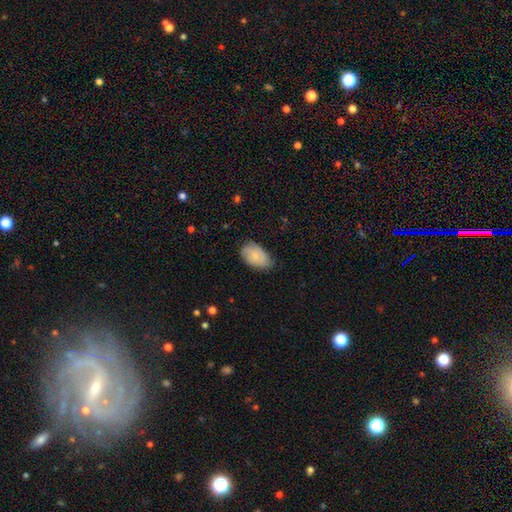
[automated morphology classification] smooth 66%, featured or disk 27%, star or artifact 7%. Down the decision tree: how rounded — in between (91%); merging — none (63%).